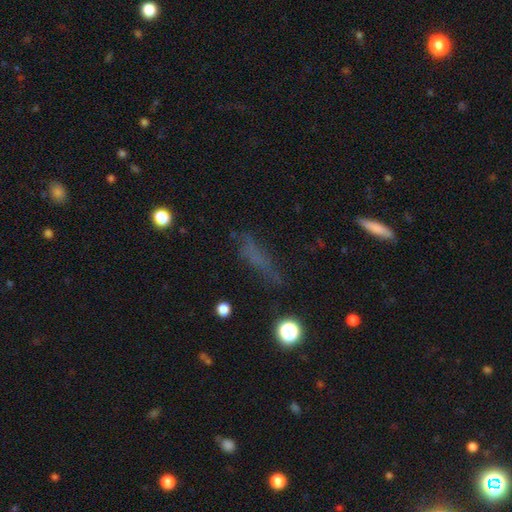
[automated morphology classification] Overall: smooth (53%; featured or disk 25%). How rounded: cigar-shaped (68%). Merging: none (62%; minor disturbance 22%).